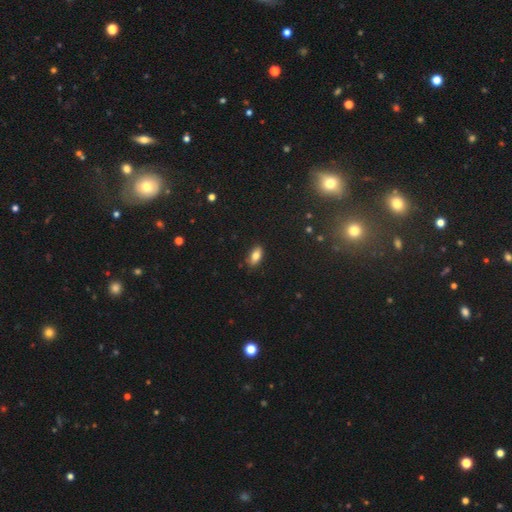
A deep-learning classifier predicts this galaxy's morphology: smooth-or-featured: smooth: 81% | featured or disk: 10% | star or artifact: 9%
  how-rounded: in between: 89% | cigar-shaped: 7% | round: 4%
  merging: none: 85% | minor disturbance: 12% | major disturbance: 2% | merger: 1%